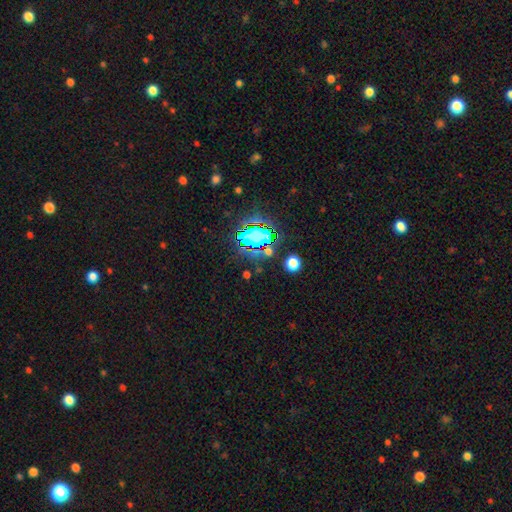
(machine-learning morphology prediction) smooth-or-featured: star or artifact: 81% | smooth: 12% | featured or disk: 7%